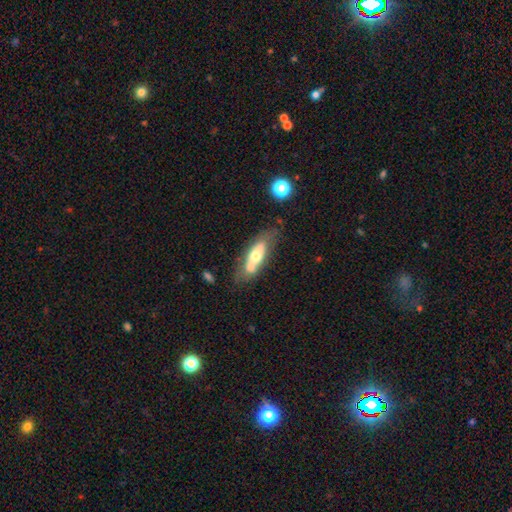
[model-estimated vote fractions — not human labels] featured or disk 47%, smooth 46%, star or artifact 7%. Down the decision tree: merging — none (59%).